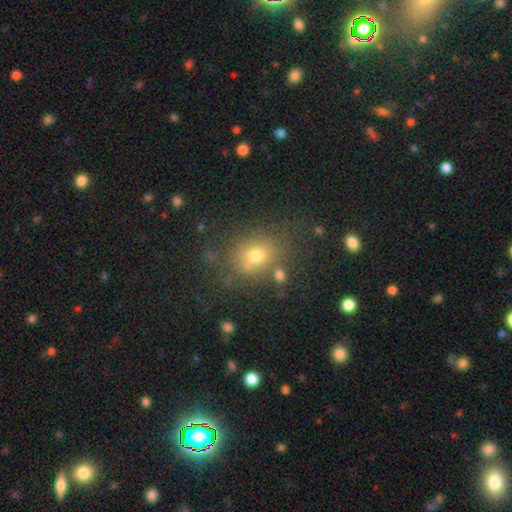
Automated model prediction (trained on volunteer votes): Morphology: type=smooth (64%); roundness=round (56%); merging=none (76%).